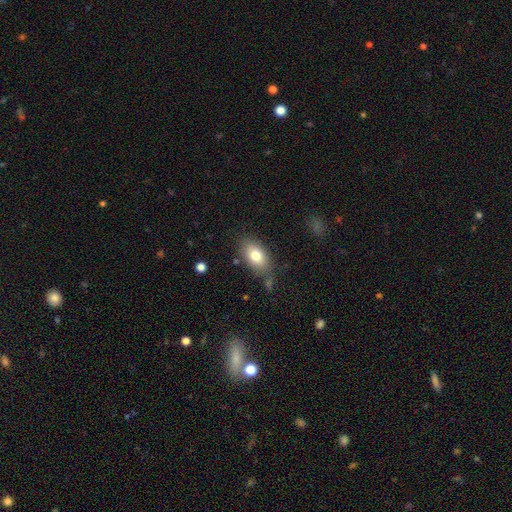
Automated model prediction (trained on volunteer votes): Q: Smooth or featured?
A: smooth (77%); runner-up: featured or disk (15%)
Q: How rounded?
A: in between (89%); runner-up: round (9%)
Q: Merging?
A: none (74%); runner-up: minor disturbance (17%)